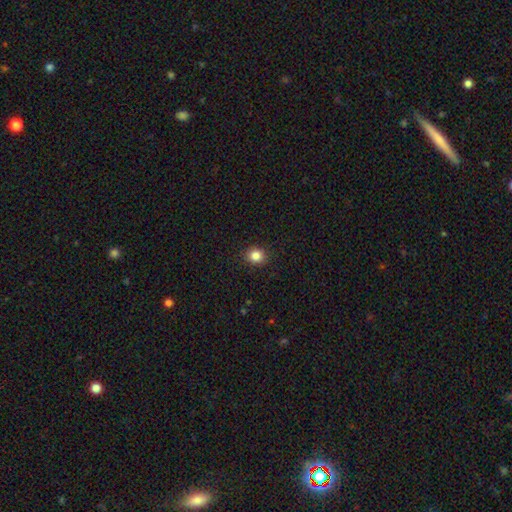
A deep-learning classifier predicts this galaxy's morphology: A smooth galaxy with no disk features (85%) that is round (78%).

Vote fractions:
- Smooth or featured? smooth: 85% / star or artifact: 11% / featured or disk: 4%
- How rounded? round: 78% / in between: 22% / cigar-shaped: 1%
- Merging? none: 91% / minor disturbance: 6% / major disturbance: 2% / merger: 1%